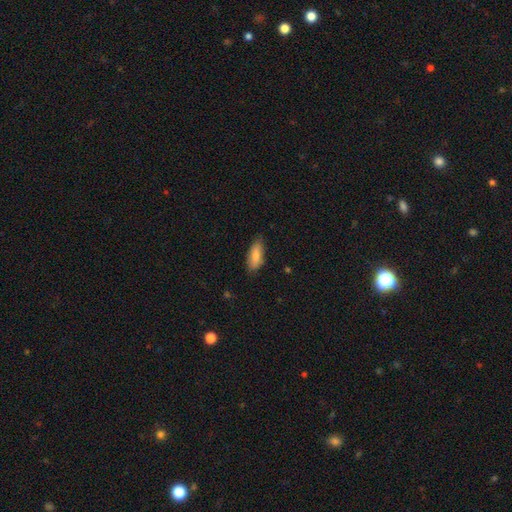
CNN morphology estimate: The model was most divided on "how rounded": in between: 75%, cigar-shaped: 23%, round: 2%. More confident: smooth or featured — smooth (81%); merging — none (78%).